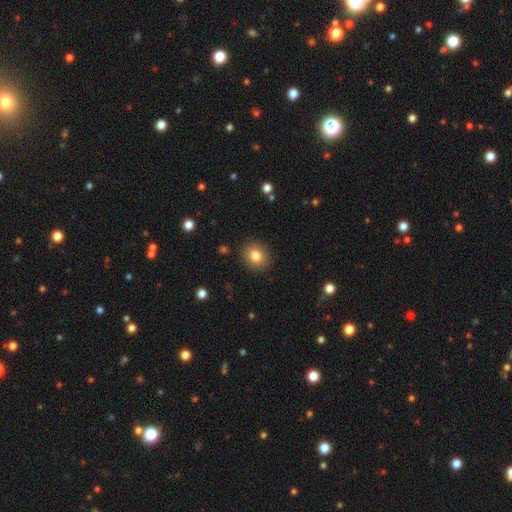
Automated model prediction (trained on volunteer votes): smooth 81%, star or artifact 10%, featured or disk 9%. Down the decision tree: how rounded — round (68%); merging — none (89%).